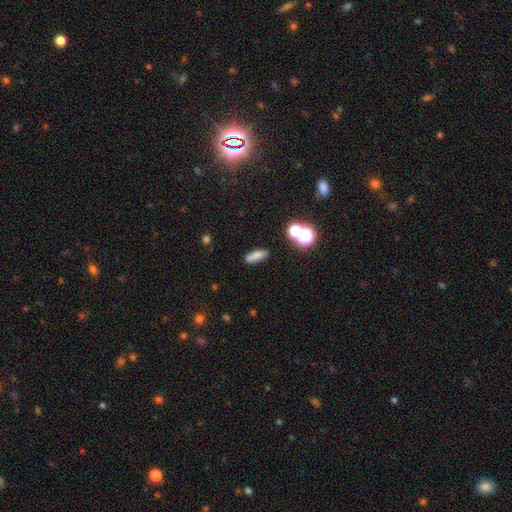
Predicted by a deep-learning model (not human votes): Smooth or featured?
  - smooth: 75% *
  - star or artifact: 14%
  - featured or disk: 11%
How rounded?
  - in between: 56% *
  - cigar-shaped: 37%
  - round: 7%
Merging?
  - none: 84% *
  - minor disturbance: 9%
  - merger: 4%
  - major disturbance: 3%